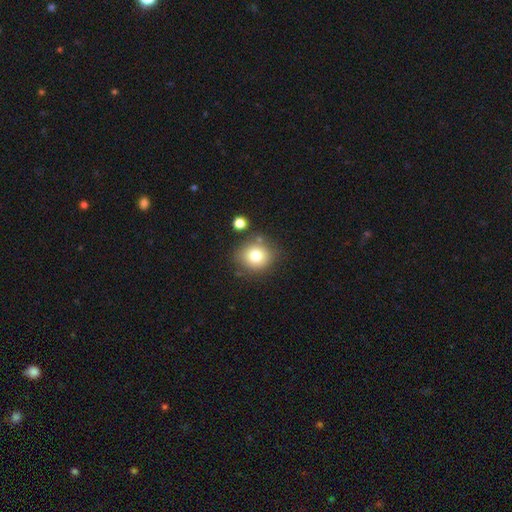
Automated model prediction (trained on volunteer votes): smooth 78%, star or artifact 11%, featured or disk 11%. Down the decision tree: how rounded — round (83%); merging — none (76%).